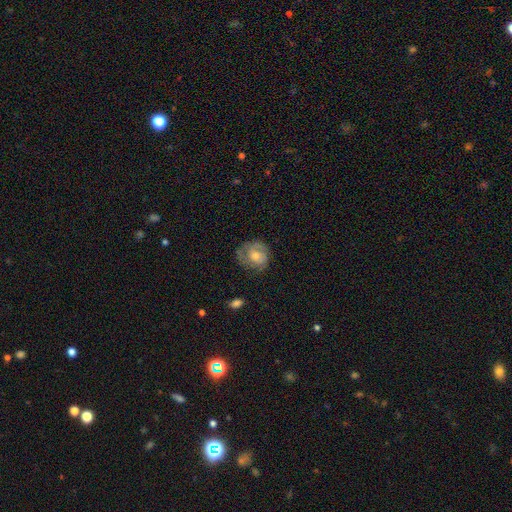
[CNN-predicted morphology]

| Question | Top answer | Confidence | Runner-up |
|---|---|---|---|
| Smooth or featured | featured or disk | 63% | smooth (28%) |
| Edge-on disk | no | 97% | yes (3%) |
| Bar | no | 72% | weak (25%) |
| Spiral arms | yes | 85% | no (15%) |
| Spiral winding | tight | 56% | medium (34%) |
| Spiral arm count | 2 | 37% | can't tell (31%) |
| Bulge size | moderate | 59% | small (28%) |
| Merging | none | 70% | minor disturbance (20%) |